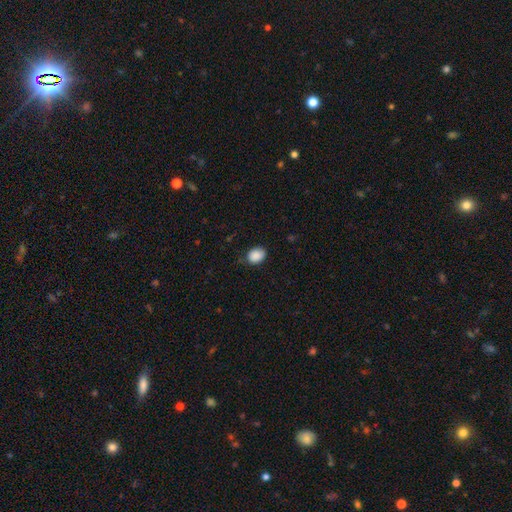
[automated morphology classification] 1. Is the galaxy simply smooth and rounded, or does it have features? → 89% smooth, 8% star or artifact, 3% featured or disk.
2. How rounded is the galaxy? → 59% in between, 41% round, 1% cigar-shaped.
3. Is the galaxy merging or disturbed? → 80% none, 16% minor disturbance, 3% major disturbance, 1% merger.